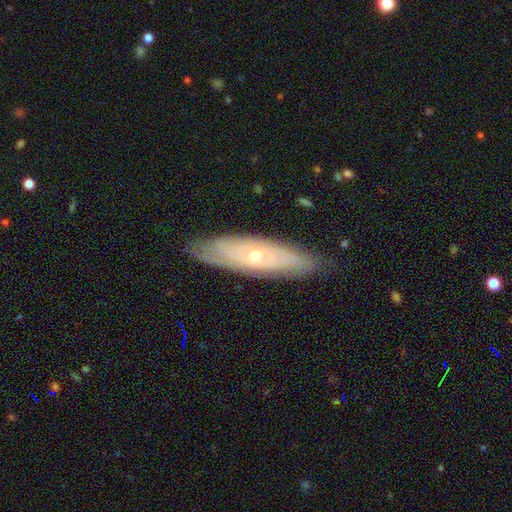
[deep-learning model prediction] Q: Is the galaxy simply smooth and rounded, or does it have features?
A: featured or disk — 68%.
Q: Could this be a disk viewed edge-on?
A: no — 69%.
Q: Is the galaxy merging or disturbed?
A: none — 82%.